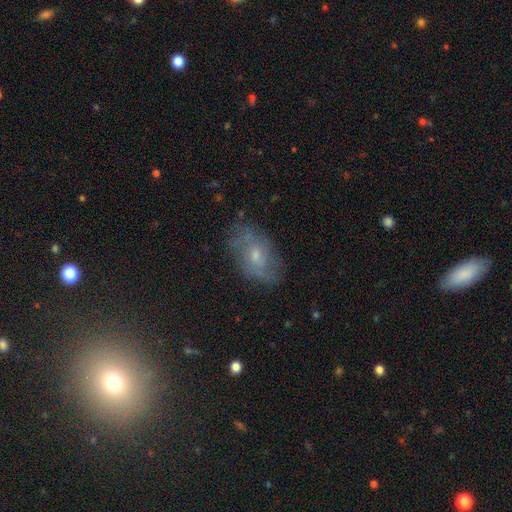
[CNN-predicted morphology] Smooth or featured? Predicted: featured or disk (p=0.51). Edge-on disk? Predicted: no (p=0.93). Merging? Predicted: none (p=0.73).